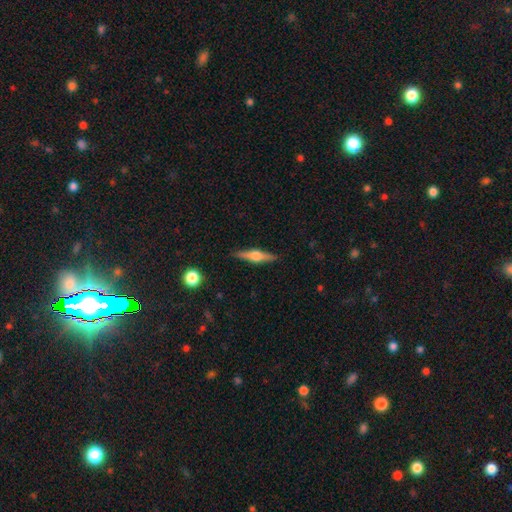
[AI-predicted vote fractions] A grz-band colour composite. It shows a featured or disk galaxy (66%) viewed edge-on (97%) with a rounded central bulge (93%). Merging: none (89%).